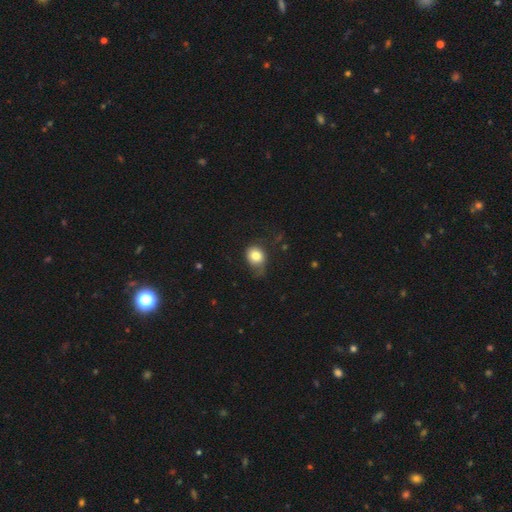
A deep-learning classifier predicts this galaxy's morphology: Overall: smooth (79%). How rounded: round (62%; in between 37%). Merging: none (51%; minor disturbance 33%).